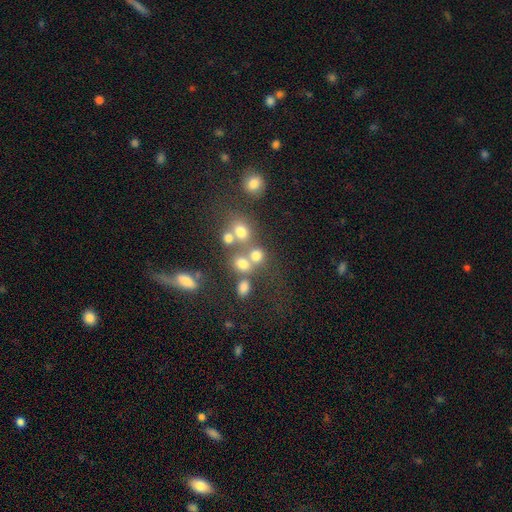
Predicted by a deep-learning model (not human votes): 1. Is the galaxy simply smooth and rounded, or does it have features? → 69% smooth, 18% star or artifact, 13% featured or disk.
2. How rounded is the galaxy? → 71% round, 27% in between, 1% cigar-shaped.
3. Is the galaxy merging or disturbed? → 46% none, 37% merger, 10% minor disturbance, 7% major disturbance.